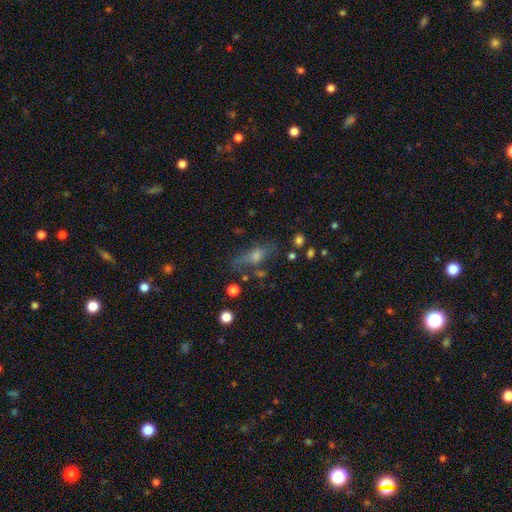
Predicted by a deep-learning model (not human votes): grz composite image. It shows a smooth galaxy with no disk features (44%). Merging: none (61%).